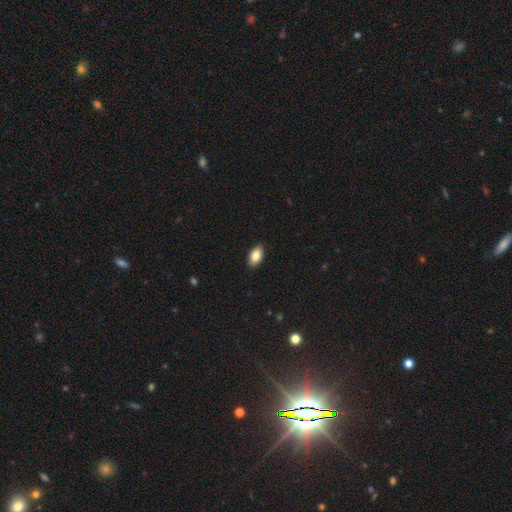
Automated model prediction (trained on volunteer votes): The model was most divided on "smooth or featured": smooth: 86%, featured or disk: 8%, star or artifact: 7%. More confident: how rounded — in between (93%); merging — none (90%).